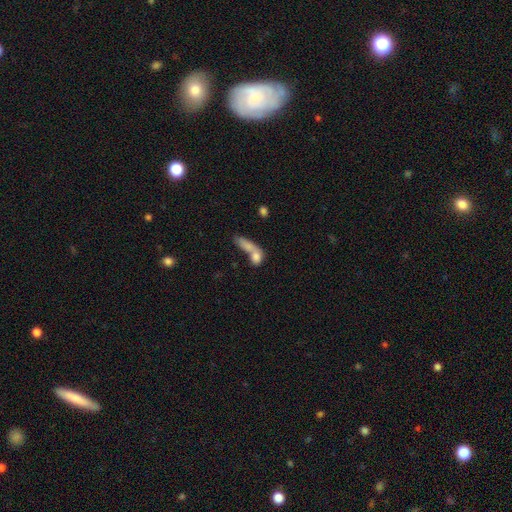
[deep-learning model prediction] Smooth or featured?
  - smooth: 75% *
  - featured or disk: 16%
  - star or artifact: 9%
How rounded?
  - in between: 57% *
  - cigar-shaped: 24%
  - round: 19%
Merging?
  - merger: 60% *
  - none: 22%
  - major disturbance: 9%
  - minor disturbance: 9%